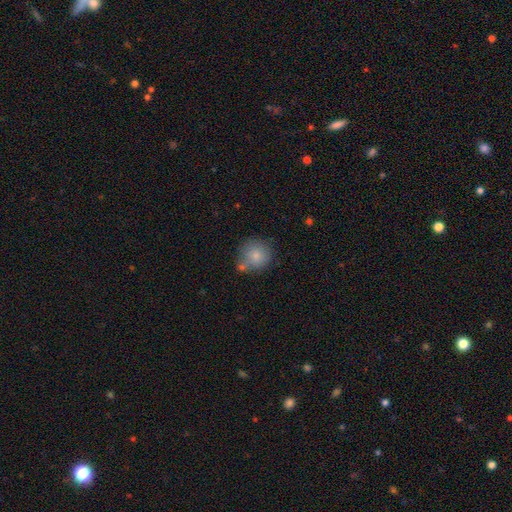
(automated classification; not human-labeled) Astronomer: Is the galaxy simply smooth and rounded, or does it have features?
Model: smooth — 82%.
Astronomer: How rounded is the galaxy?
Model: round — 89%.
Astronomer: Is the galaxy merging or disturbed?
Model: none — 59%.